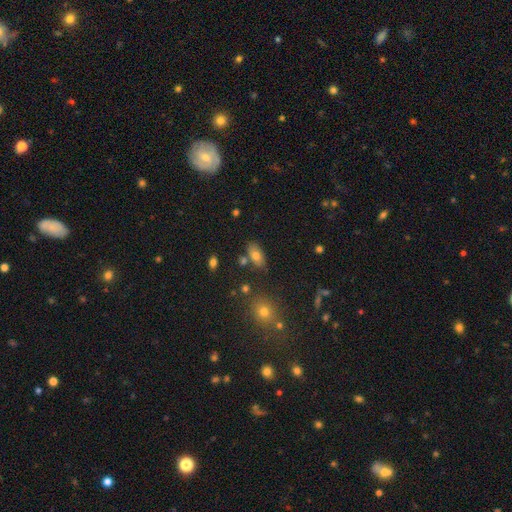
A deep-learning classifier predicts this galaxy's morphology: This is likely a smooth galaxy (75%). How rounded: clearly in between (89%). Merging: likely none (73%).